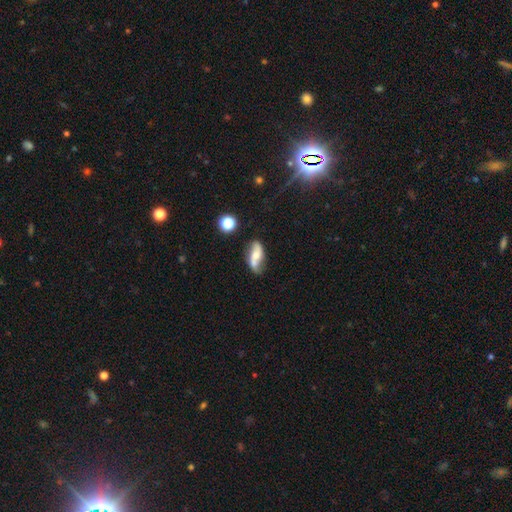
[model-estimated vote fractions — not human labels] Smooth or featured?
  - featured or disk: 64% *
  - smooth: 28%
  - star or artifact: 8%
Edge-on disk?
  - no: 90% *
  - yes: 10%
Bar?
  - no: 53% *
  - weak: 30%
  - strong: 16%
Spiral arms?
  - yes: 87% *
  - no: 13%
Spiral winding?
  - loose: 75% *
  - medium: 18%
  - tight: 7%
Spiral arm count?
  - 2: 89% *
  - can't tell: 5%
  - 1: 4%
  - 3: 1%
  - 4: 1%
  - more than 4: 1%
Bulge size?
  - moderate: 51% *
  - small: 33%
  - large: 8%
  - none: 6%
  - dominant: 2%
Merging?
  - none: 62% *
  - minor disturbance: 22%
  - merger: 8%
  - major disturbance: 8%